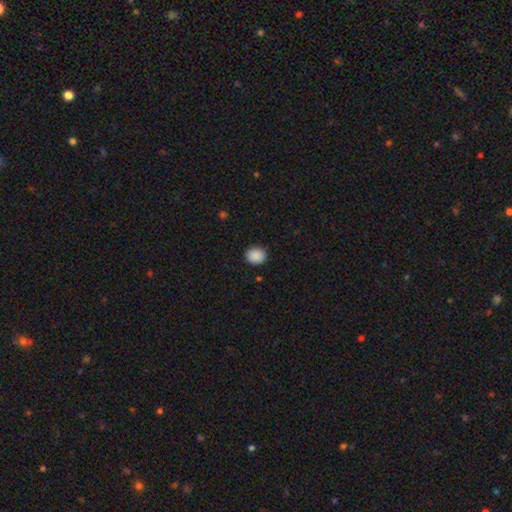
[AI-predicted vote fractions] The model was most divided on "how rounded": round: 65%, in between: 34%, cigar-shaped: 1%. More confident: smooth or featured — smooth (90%); merging — none (89%).